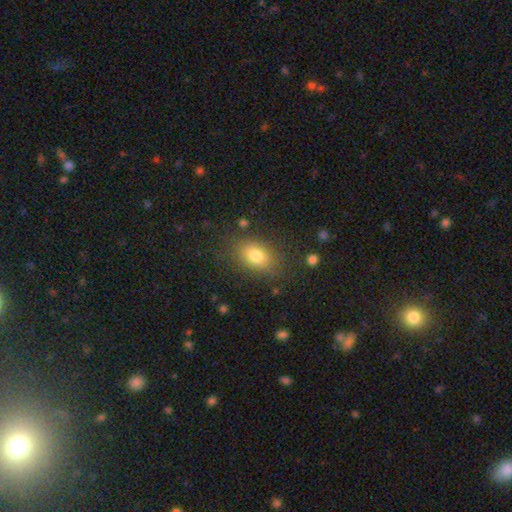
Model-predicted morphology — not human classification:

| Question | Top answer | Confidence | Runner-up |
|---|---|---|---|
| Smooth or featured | smooth | 79% | star or artifact (11%) |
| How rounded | in between | 79% | round (19%) |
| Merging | none | 81% | minor disturbance (12%) |